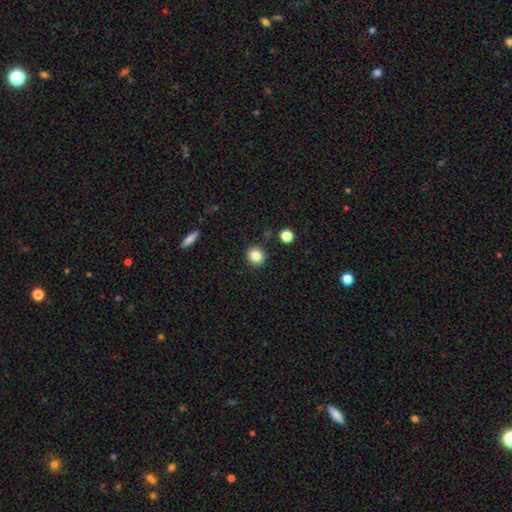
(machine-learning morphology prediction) smooth 84%, star or artifact 10%, featured or disk 6%. Down the decision tree: how rounded — round (87%); merging — none (90%).